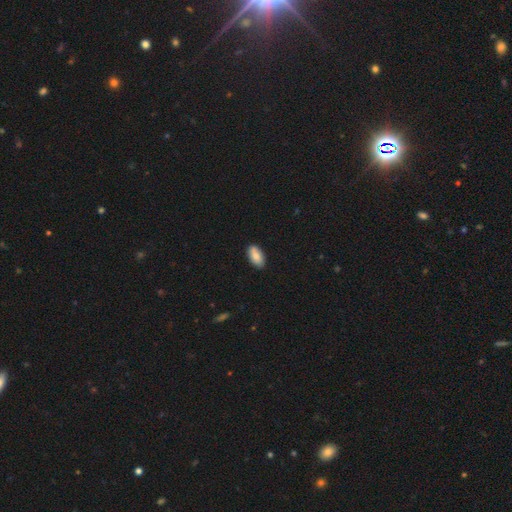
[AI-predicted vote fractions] Smooth or featured: smooth — 85% (featured or disk — 9%)
How rounded: in between — 93% (cigar-shaped — 4%)
Merging: none — 85% (minor disturbance — 12%)